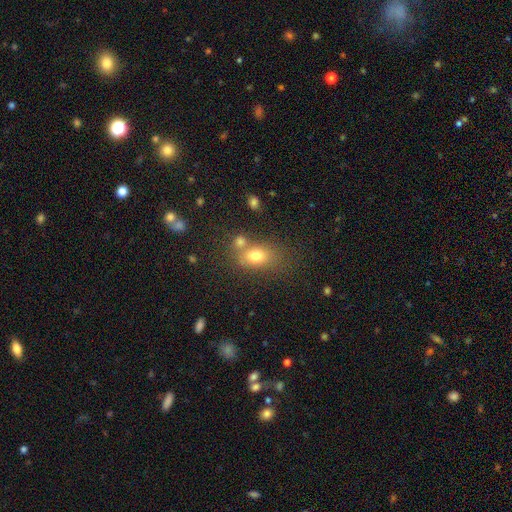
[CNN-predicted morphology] This is likely a smooth galaxy (75%). How rounded: likely in between (72%). Merging: possibly none (49%).